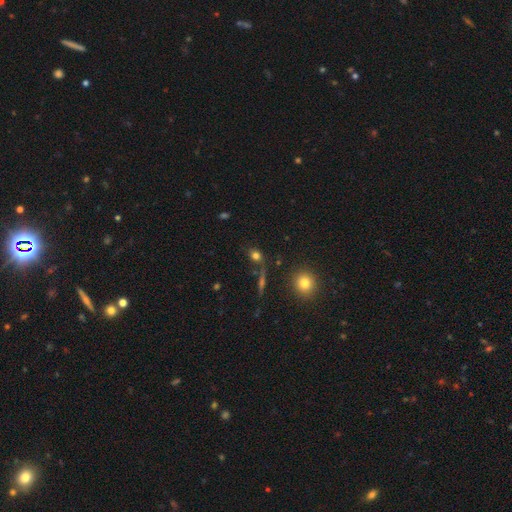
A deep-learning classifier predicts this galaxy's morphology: smooth_or_featured: smooth (p=0.73) [alt: star or artifact p=0.16]
how_rounded: round (p=0.57) [alt: in between p=0.38]
merging: none (p=0.67) [alt: minor disturbance p=0.14]